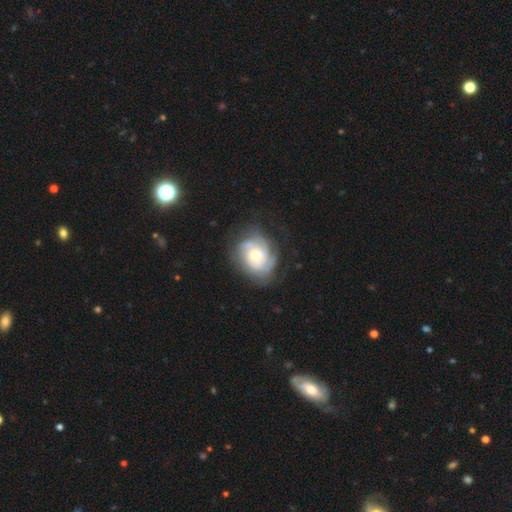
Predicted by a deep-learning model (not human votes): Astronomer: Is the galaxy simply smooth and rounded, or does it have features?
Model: featured or disk — 78%.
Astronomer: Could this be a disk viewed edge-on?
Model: no — 97%.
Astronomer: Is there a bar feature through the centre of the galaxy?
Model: no — 79%.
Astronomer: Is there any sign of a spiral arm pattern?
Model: yes — 93%.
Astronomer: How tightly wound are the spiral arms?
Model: tight — 70%.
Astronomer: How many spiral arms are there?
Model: can't tell — 38% (runner-up: 3, 20%).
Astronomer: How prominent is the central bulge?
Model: moderate — 48% (runner-up: small, 43%).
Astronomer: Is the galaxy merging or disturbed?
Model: none — 71%.